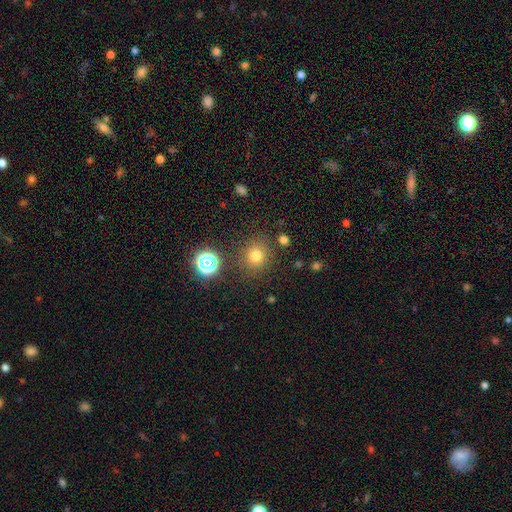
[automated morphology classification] This appears to be a smooth galaxy with no disk features (75%) that is round (87%). Merging: none (84%).